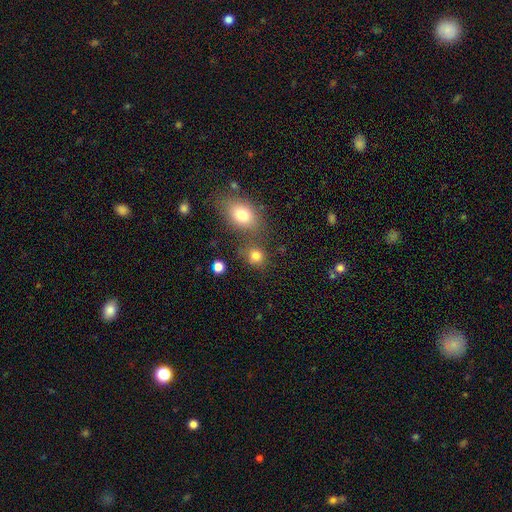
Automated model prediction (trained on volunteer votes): Smooth or featured?
  - smooth: 79% *
  - star or artifact: 14%
  - featured or disk: 7%
How rounded?
  - round: 72% *
  - in between: 27%
  - cigar-shaped: 1%
Merging?
  - none: 64% *
  - merger: 20%
  - minor disturbance: 11%
  - major disturbance: 5%